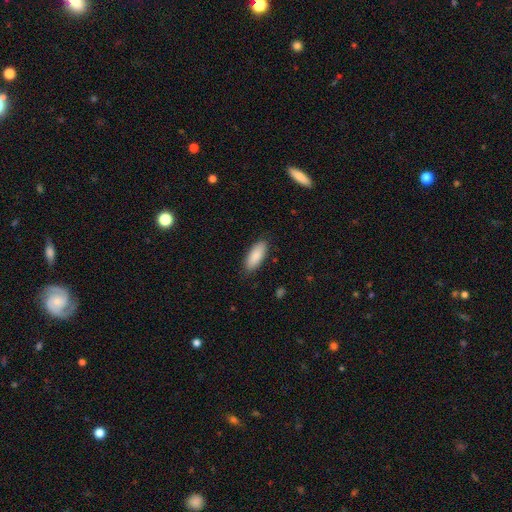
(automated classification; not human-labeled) A smooth galaxy with no disk features (88%) that is in between round and cigar-shaped (78%).

Vote fractions:
- Smooth or featured? smooth: 88% / featured or disk: 6% / star or artifact: 6%
- How rounded? in between: 78% / cigar-shaped: 20% / round: 2%
- Merging? none: 86% / minor disturbance: 11% / major disturbance: 2% / merger: 1%